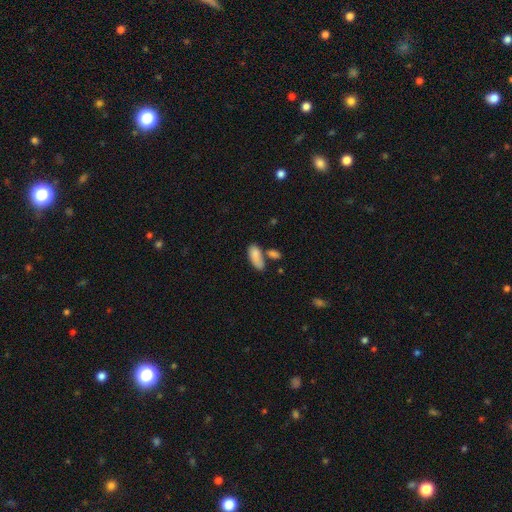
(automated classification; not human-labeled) The model was most divided on "merging": none: 41%, merger: 32%, minor disturbance: 19%, major disturbance: 8%. More confident: smooth or featured — smooth (83%); how rounded — in between (82%).